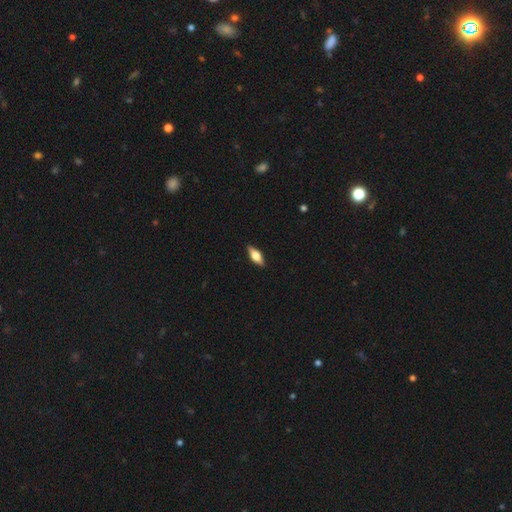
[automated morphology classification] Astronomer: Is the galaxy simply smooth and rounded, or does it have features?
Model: smooth — 50% (runner-up: featured or disk, 43%).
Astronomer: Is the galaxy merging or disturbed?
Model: none — 89%.